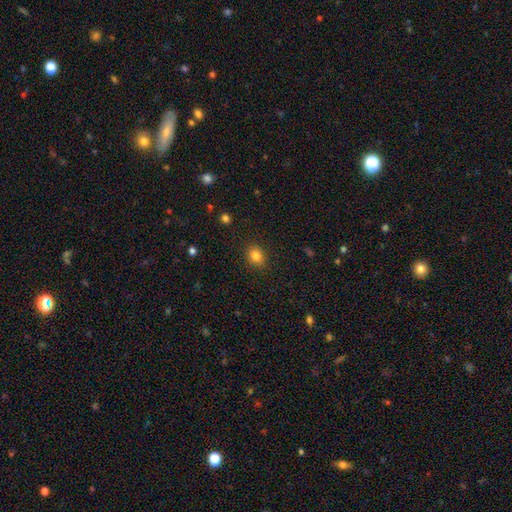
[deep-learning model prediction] Morphology: type=smooth (83%); roundness=round (55%); merging=none (89%).